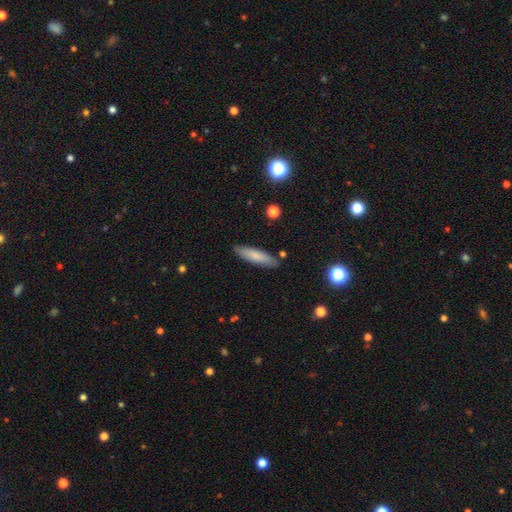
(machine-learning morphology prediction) This is likely a smooth galaxy (79%). How rounded: likely cigar-shaped (71%). Merging: clearly none (86%).